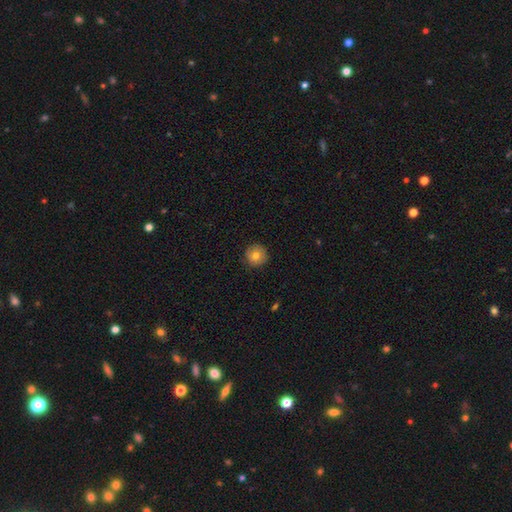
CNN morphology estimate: This is likely a smooth galaxy (77%). How rounded: clearly round (95%). Merging: clearly none (89%).